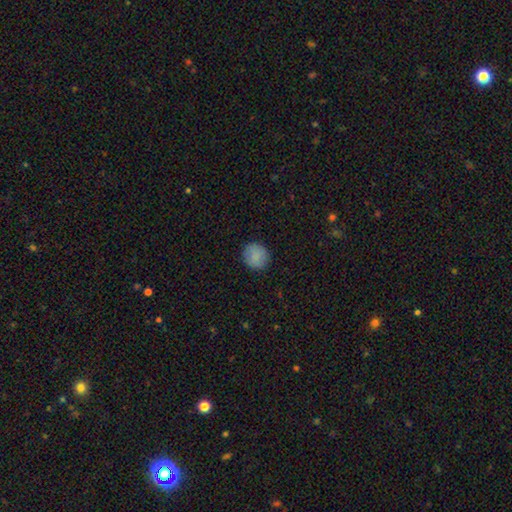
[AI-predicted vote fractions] smooth_or_featured: smooth (p=0.87) [alt: star or artifact p=0.08]
how_rounded: round (p=0.91) [alt: in between p=0.08]
merging: none (p=0.89) [alt: minor disturbance p=0.08]